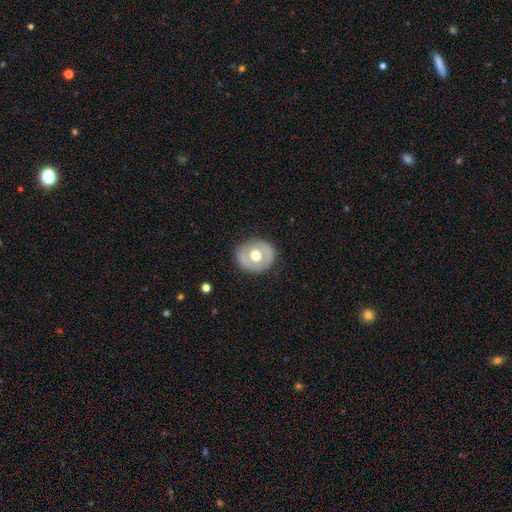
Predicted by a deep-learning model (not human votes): The model was most divided on "smooth or featured": smooth: 49%, featured or disk: 46%, star or artifact: 6%. More confident: merging — none (84%).